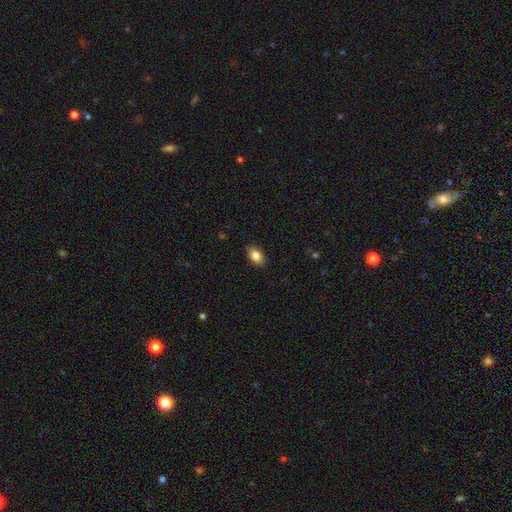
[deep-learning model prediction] smooth-or-featured: smooth: 85% | star or artifact: 8% | featured or disk: 7%
  how-rounded: in between: 87% | round: 12% | cigar-shaped: 1%
  merging: none: 88% | minor disturbance: 9% | major disturbance: 2% | merger: 1%